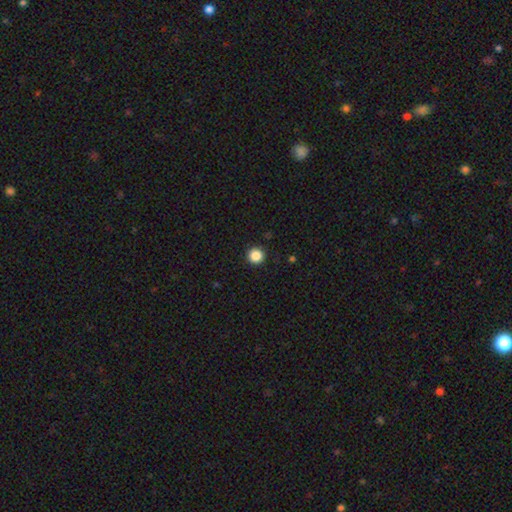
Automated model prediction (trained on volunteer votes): A smooth galaxy with no disk features (86%) that is round (96%).

Vote fractions:
- Smooth or featured? smooth: 86% / star or artifact: 11% / featured or disk: 3%
- How rounded? round: 96% / in between: 3% / cigar-shaped: 1%
- Merging? none: 94% / minor disturbance: 4% / major disturbance: 1% / merger: 1%